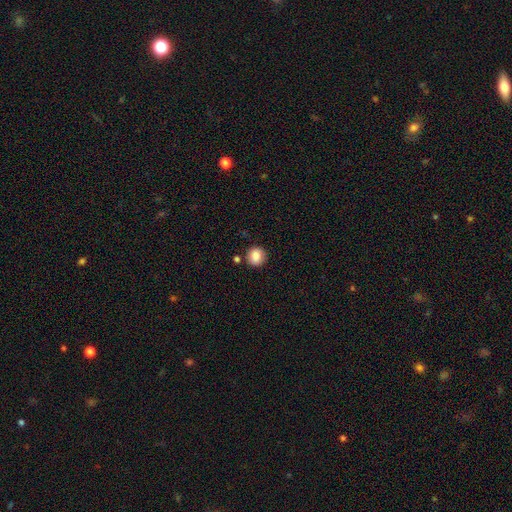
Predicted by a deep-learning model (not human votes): Q: Smooth or featured?
A: smooth (85%); runner-up: star or artifact (9%)
Q: How rounded?
A: round (89%); runner-up: in between (10%)
Q: Merging?
A: none (84%); runner-up: minor disturbance (9%)